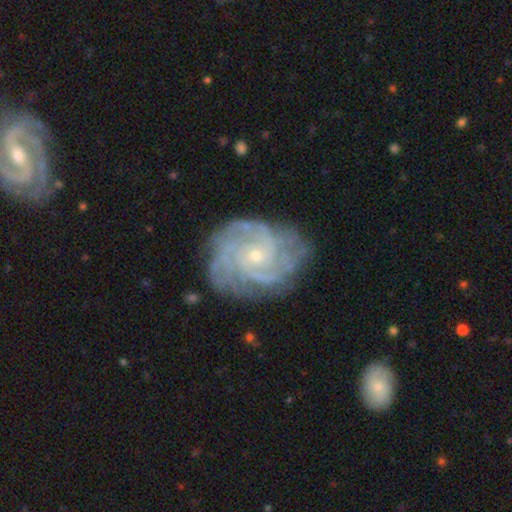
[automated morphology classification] smooth-or-featured: featured or disk: 88% | smooth: 6% | star or artifact: 6%
  disk-edge-on: no: 98% | yes: 2%
    bar: no: 74% | weak: 22% | strong: 4%
    has-spiral-arms: yes: 97% | no: 3%
      spiral-winding: tight: 68% | medium: 27% | loose: 5%
      spiral-arm-count: 4: 26% | can't tell: 25% | 3: 18% | 2: 12% | more than 4: 12% | 1: 7%
    bulge-size: small: 79% | moderate: 17% | none: 1% | large: 1% | dominant: 1%
  merging: none: 75% | minor disturbance: 17% | major disturbance: 7% | merger: 1%